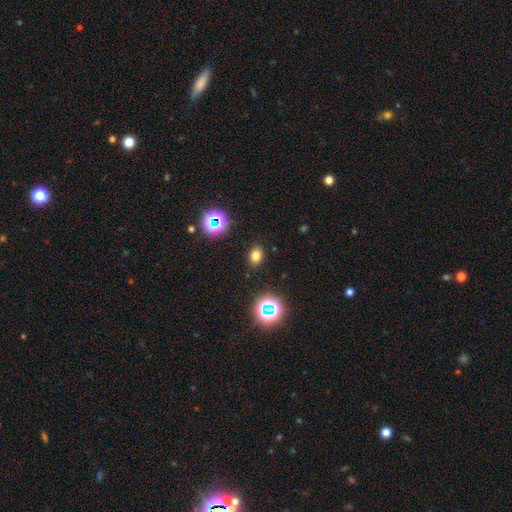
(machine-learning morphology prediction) This is likely a smooth galaxy (74%). How rounded: likely in between (65%). Merging: clearly none (87%).